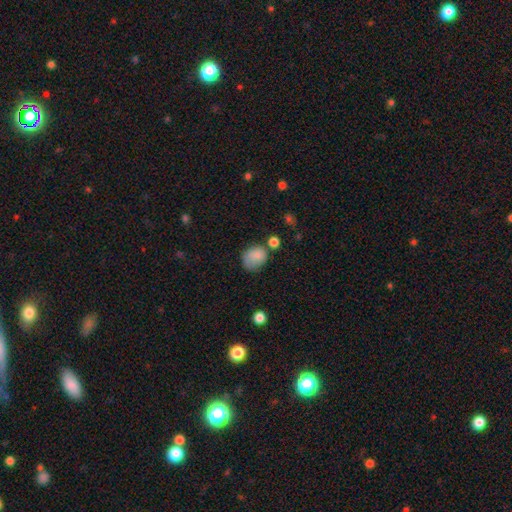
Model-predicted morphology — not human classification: smooth-or-featured: smooth: 80% | featured or disk: 11% | star or artifact: 10%
  how-rounded: round: 60% | in between: 40% | cigar-shaped: 1%
  merging: none: 46% | minor disturbance: 31% | major disturbance: 14% | merger: 8%